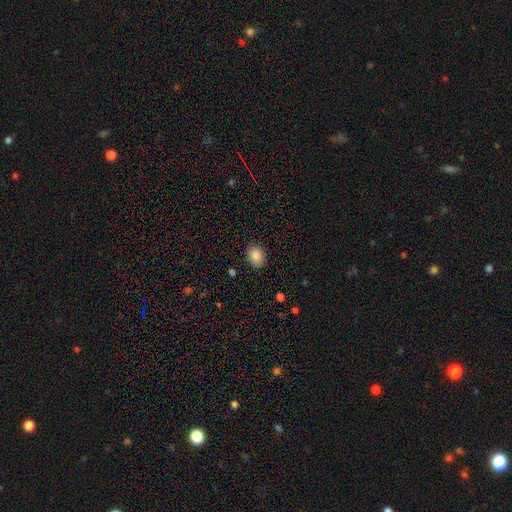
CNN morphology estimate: smooth 86%, star or artifact 9%, featured or disk 5%. Down the decision tree: how rounded — in between (56%); merging — none (88%).